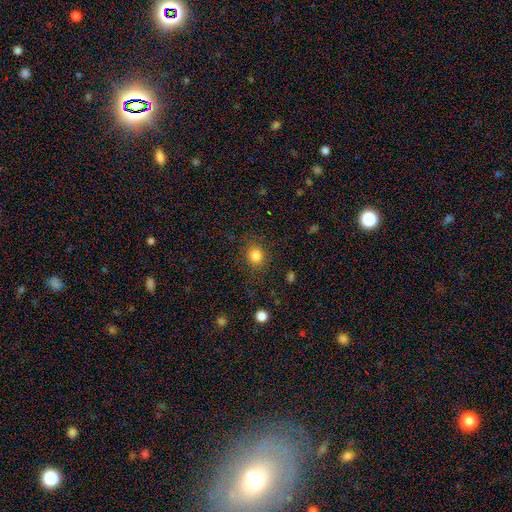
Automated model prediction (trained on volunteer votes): Smooth or featured? Predicted: smooth (p=0.83). How rounded? Predicted: round (p=0.81). Merging? Predicted: none (p=0.82).